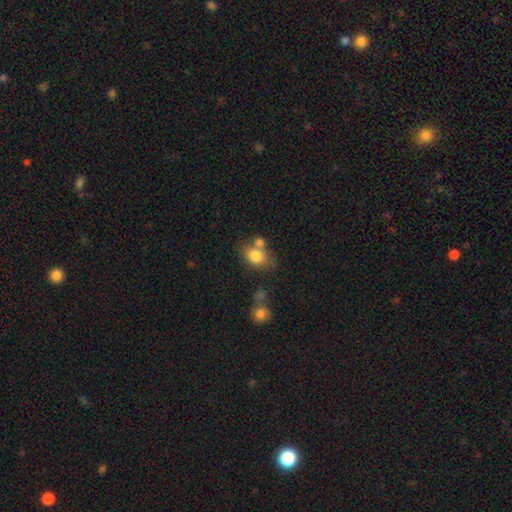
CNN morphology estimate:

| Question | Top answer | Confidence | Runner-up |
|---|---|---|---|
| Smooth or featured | smooth | 79% | featured or disk (12%) |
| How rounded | in between | 54% | round (45%) |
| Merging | none | 49% | merger (29%) |